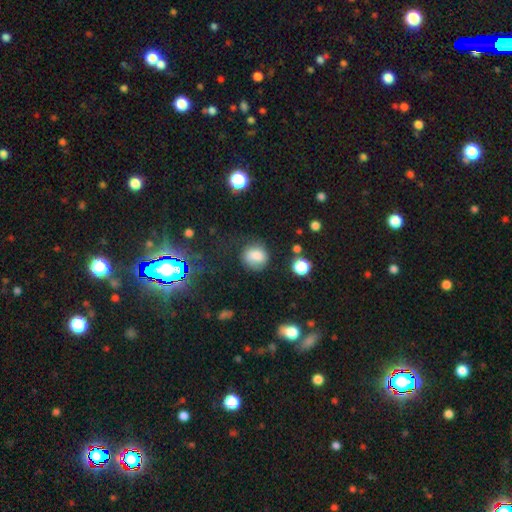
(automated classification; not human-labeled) smooth-or-featured: smooth: 77% | star or artifact: 12% | featured or disk: 12%
  how-rounded: round: 75% | in between: 24% | cigar-shaped: 1%
  merging: none: 65% | minor disturbance: 21% | major disturbance: 10% | merger: 4%